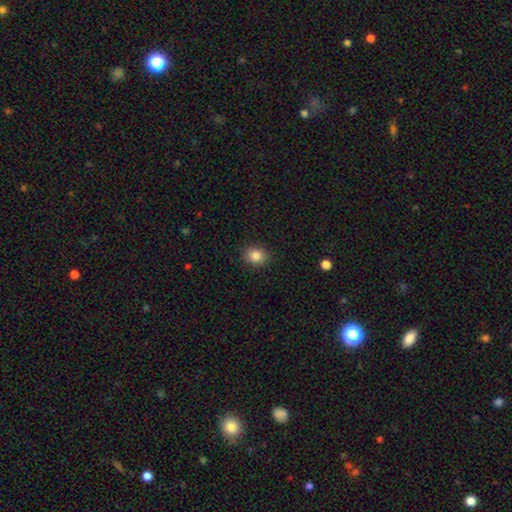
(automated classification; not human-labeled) This is clearly a smooth galaxy (85%). How rounded: likely round (60%). Merging: clearly none (90%).